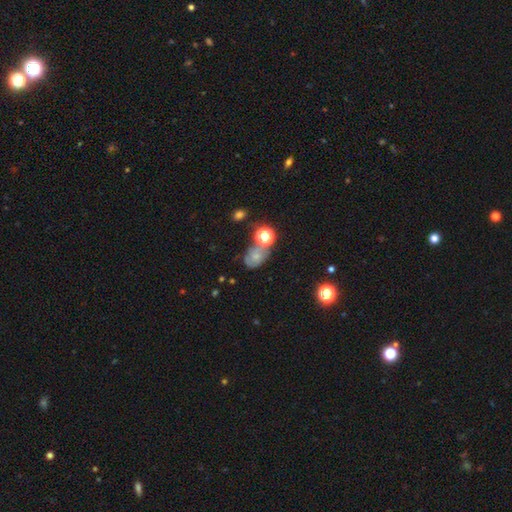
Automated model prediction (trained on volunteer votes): The model was most divided on "merging": none: 42%, minor disturbance: 23%, merger: 21%, major disturbance: 14%. Remaining: smooth or featured — smooth (49%).